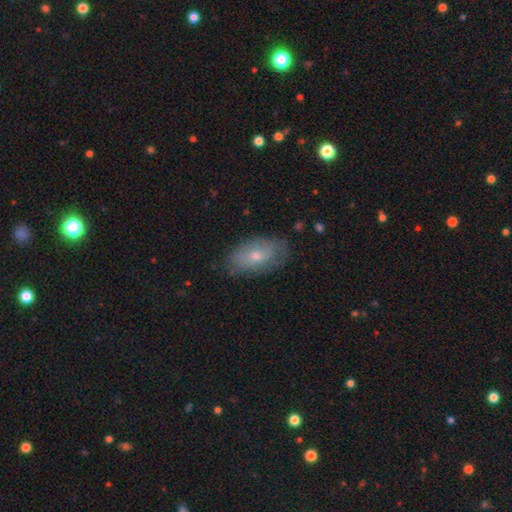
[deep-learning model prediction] Smooth or featured: smooth — 59% (featured or disk — 33%)
How rounded: in between — 91% (round — 6%)
Merging: none — 74% (minor disturbance — 20%)